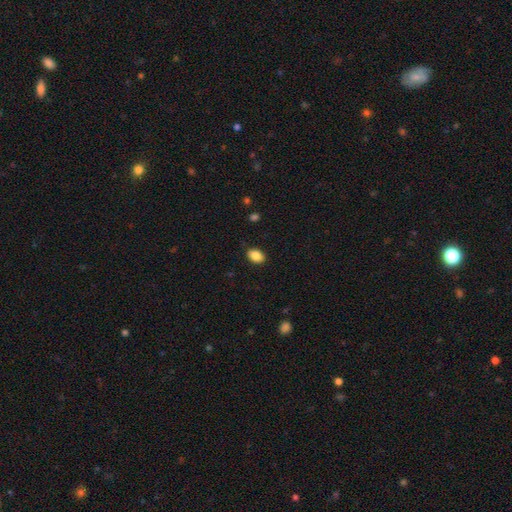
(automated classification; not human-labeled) Smooth or featured: smooth — 87% (star or artifact — 8%)
How rounded: in between — 84% (round — 15%)
Merging: none — 88% (minor disturbance — 9%)